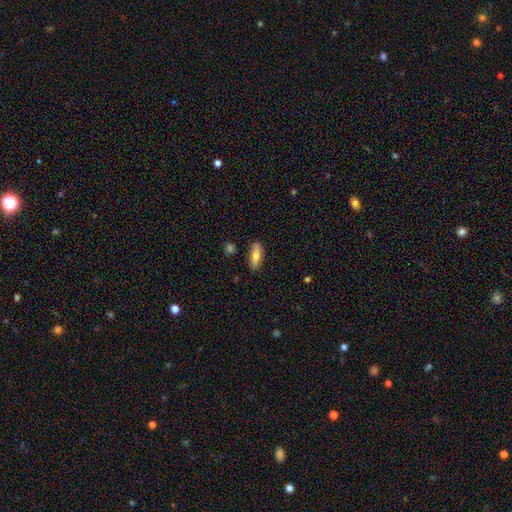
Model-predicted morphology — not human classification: smooth_or_featured: smooth (p=0.68) [alt: featured or disk p=0.25]
how_rounded: in between (p=0.66) [alt: cigar-shaped p=0.31]
merging: none (p=0.80) [alt: minor disturbance p=0.14]